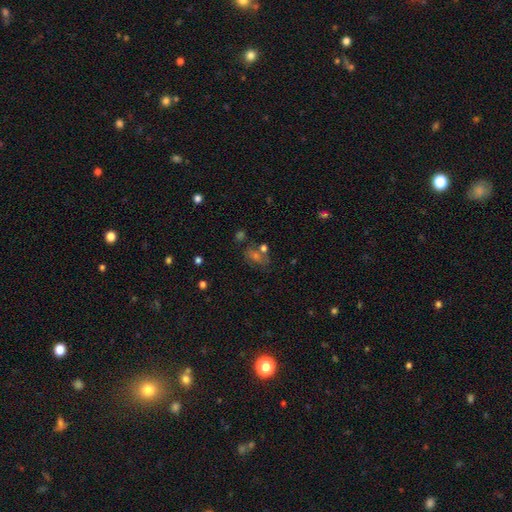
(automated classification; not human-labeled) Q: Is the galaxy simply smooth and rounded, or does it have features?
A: smooth — 39%.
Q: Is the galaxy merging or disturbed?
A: none — 60%.